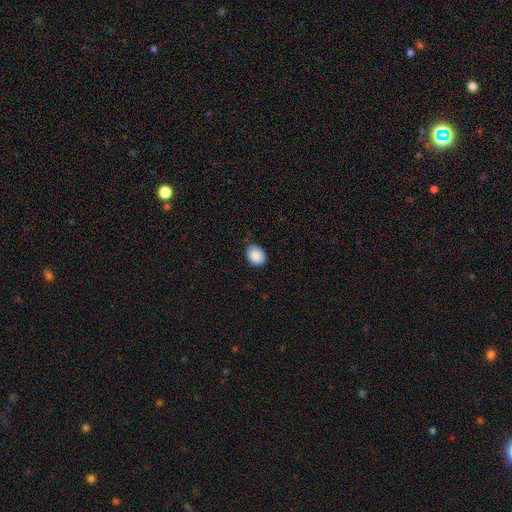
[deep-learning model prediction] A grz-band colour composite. It shows a smooth galaxy with no disk features (89%) that is in between round and cigar-shaped (56%). Merging: none (74%).